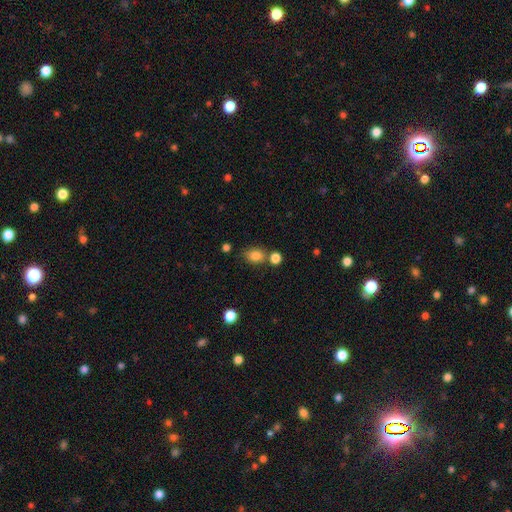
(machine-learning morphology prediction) Smooth or featured: smooth — 83% (star or artifact — 11%)
How rounded: in between — 63% (round — 36%)
Merging: none — 64% (merger — 19%)